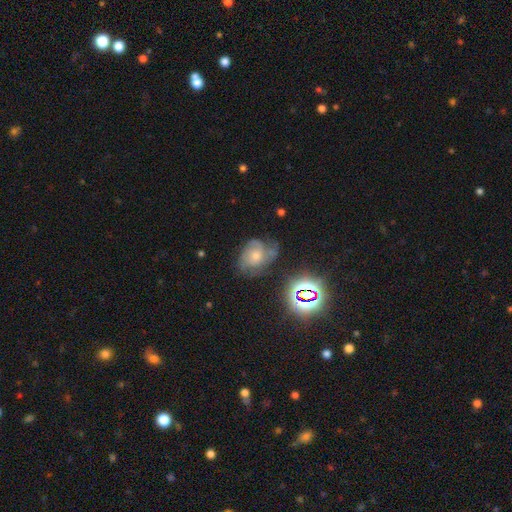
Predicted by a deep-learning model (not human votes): Smooth or featured?
  - featured or disk: 62% *
  - star or artifact: 24%
  - smooth: 15%
Edge-on disk?
  - no: 97% *
  - yes: 3%
Bar?
  - no: 74% *
  - weak: 21%
  - strong: 5%
Spiral arms?
  - yes: 91% *
  - no: 9%
Spiral winding?
  - tight: 50% *
  - medium: 39%
  - loose: 11%
Spiral arm count?
  - 3: 32% *
  - can't tell: 28%
  - 2: 20%
  - 4: 9%
  - 1: 6%
  - more than 4: 5%
Bulge size?
  - moderate: 53% *
  - small: 38%
  - large: 4%
  - none: 3%
  - dominant: 1%
Merging?
  - none: 65% *
  - minor disturbance: 22%
  - major disturbance: 11%
  - merger: 3%